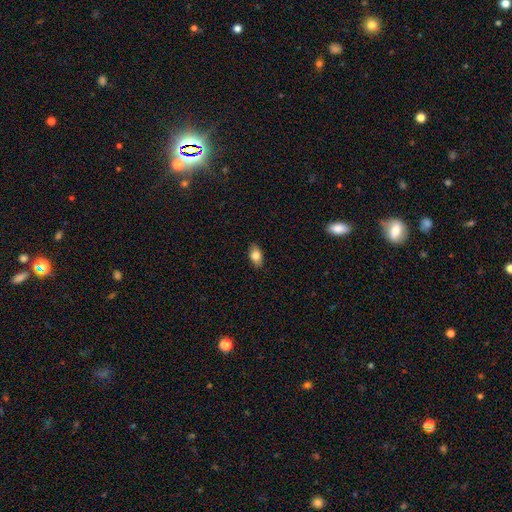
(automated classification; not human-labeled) A smooth galaxy with no disk features (82%) that is in between round and cigar-shaped (90%). Merging: none (88%).